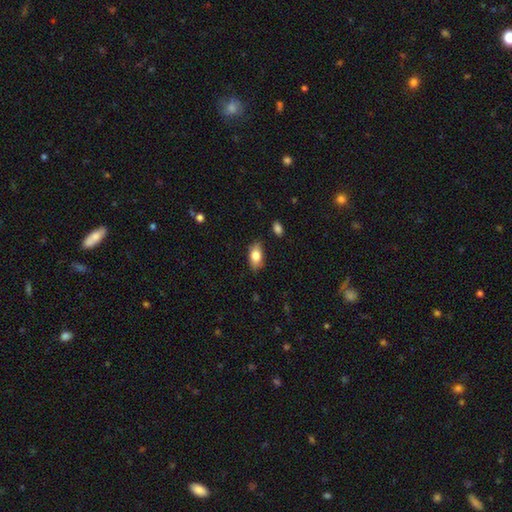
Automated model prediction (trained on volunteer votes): smooth_or_featured: smooth (p=0.80) [alt: featured or disk p=0.13]
how_rounded: in between (p=0.89) [alt: round p=0.06]
merging: none (p=0.82) [alt: minor disturbance p=0.14]